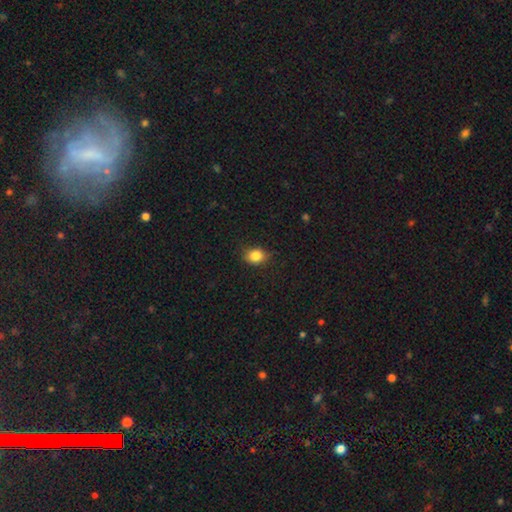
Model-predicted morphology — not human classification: A smooth galaxy with no disk features (84%) that is round (54%).

Vote fractions:
- Smooth or featured? smooth: 84% / star or artifact: 11% / featured or disk: 6%
- How rounded? round: 54% / in between: 45% / cigar-shaped: 1%
- Merging? none: 80% / minor disturbance: 16% / major disturbance: 3% / merger: 1%